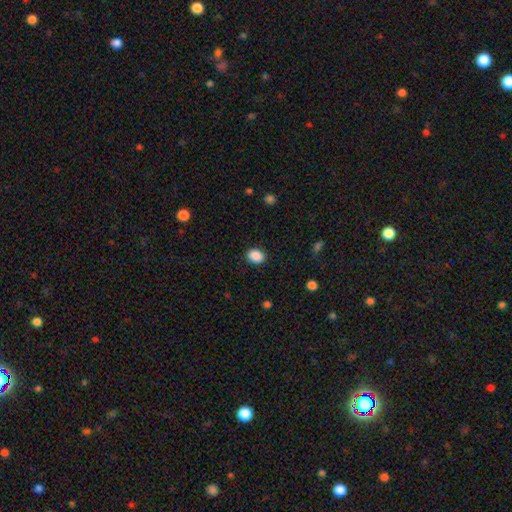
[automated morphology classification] Q: Smooth or featured?
A: smooth (89%); runner-up: star or artifact (8%)
Q: How rounded?
A: in between (58%); runner-up: round (41%)
Q: Merging?
A: none (88%); runner-up: minor disturbance (8%)